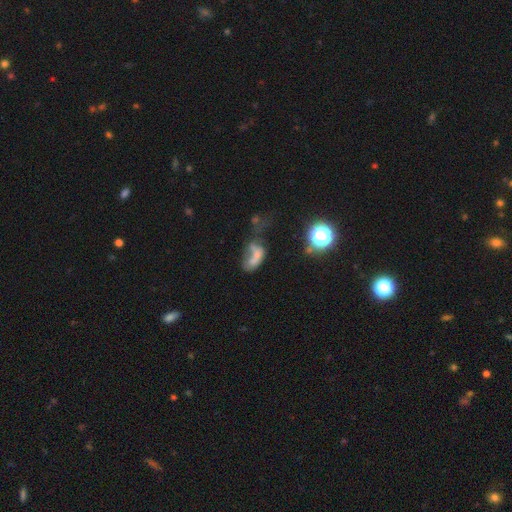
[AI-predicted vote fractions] smooth-or-featured: smooth: 48% | featured or disk: 33% | star or artifact: 19%
  merging: major disturbance: 37% | merger: 33% | none: 17% | minor disturbance: 14%